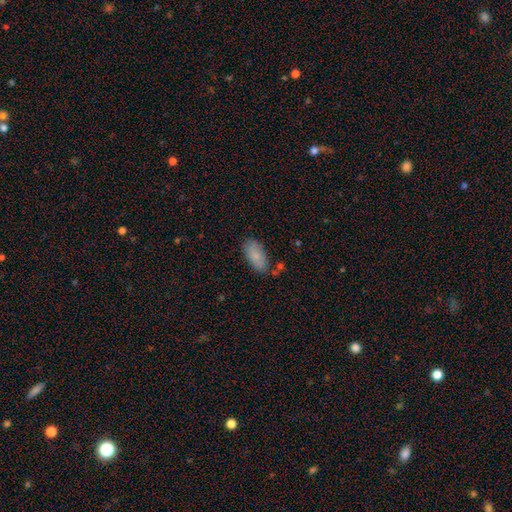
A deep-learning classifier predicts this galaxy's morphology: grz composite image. It shows a smooth galaxy with no disk features (85%) that is in between round and cigar-shaped (92%). Merging: none (73%).